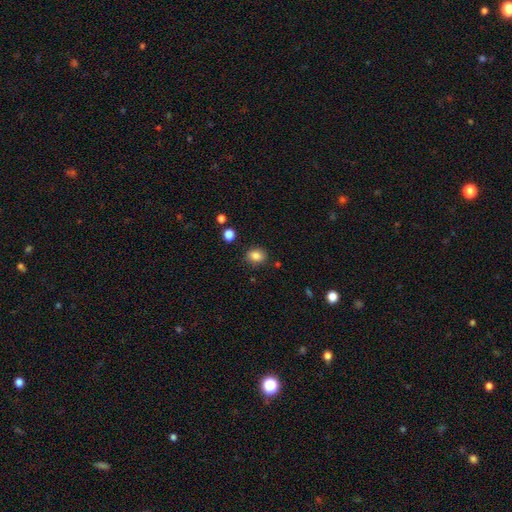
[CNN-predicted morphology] A smooth galaxy with no disk features (85%) that is in between round and cigar-shaped (52%).

Vote fractions:
- Smooth or featured? smooth: 85% / star or artifact: 10% / featured or disk: 5%
- How rounded? in between: 52% / round: 47% / cigar-shaped: 1%
- Merging? none: 84% / minor disturbance: 11% / major disturbance: 3% / merger: 3%